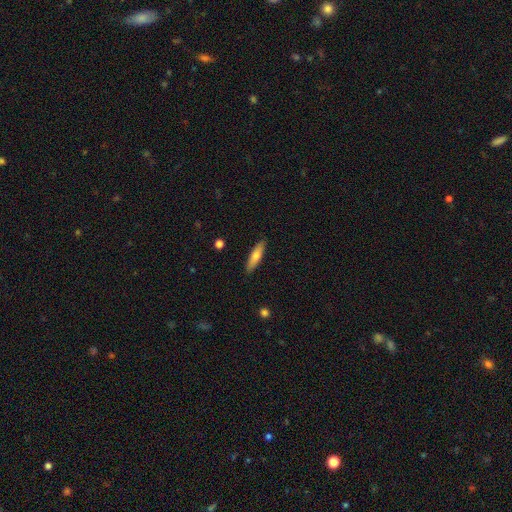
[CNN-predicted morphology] The model was most divided on "smooth or featured": smooth: 67%, featured or disk: 27%, star or artifact: 6%. More confident: merging — none (89%); how rounded — cigar-shaped (73%).